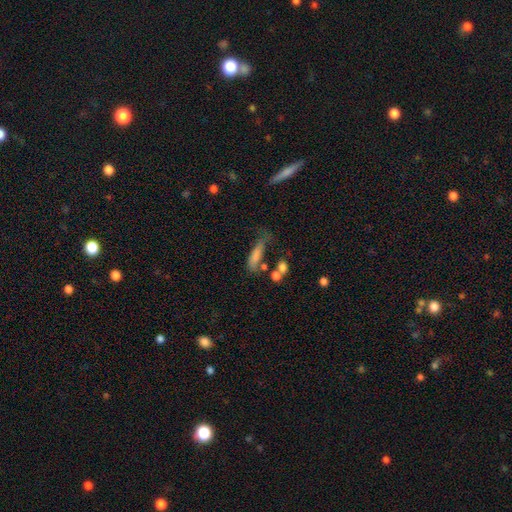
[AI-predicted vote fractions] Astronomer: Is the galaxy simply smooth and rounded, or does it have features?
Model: smooth — 74%.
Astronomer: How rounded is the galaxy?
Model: cigar-shaped — 51% (runner-up: in between, 45%).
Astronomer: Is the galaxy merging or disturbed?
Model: none — 35% (runner-up: minor disturbance, 27%).